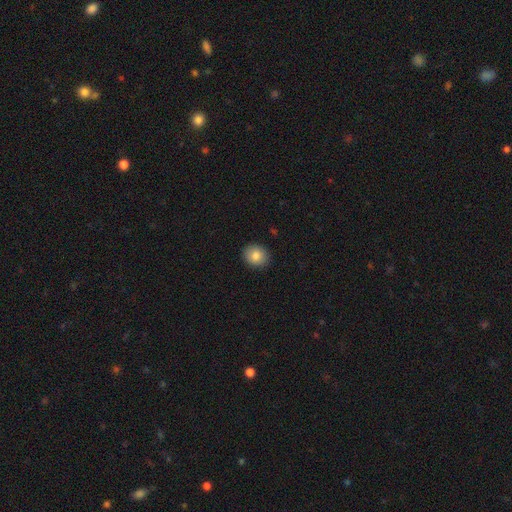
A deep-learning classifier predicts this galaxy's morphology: smooth 83%, star or artifact 9%, featured or disk 8%. Down the decision tree: how rounded — round (75%); merging — none (91%).